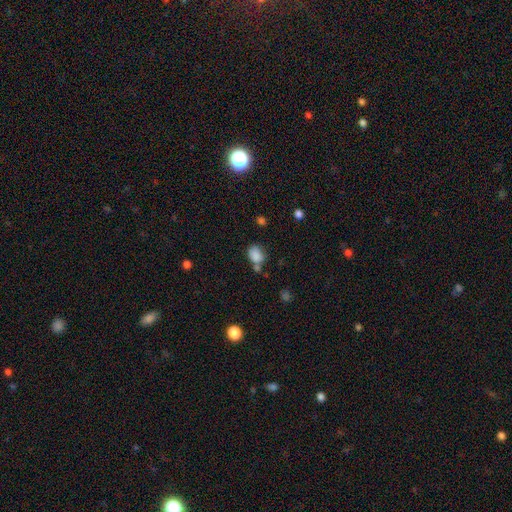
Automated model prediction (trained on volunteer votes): Q: Smooth or featured?
A: smooth (84%); runner-up: star or artifact (11%)
Q: How rounded?
A: in between (59%); runner-up: round (40%)
Q: Merging?
A: none (52%); runner-up: merger (21%)